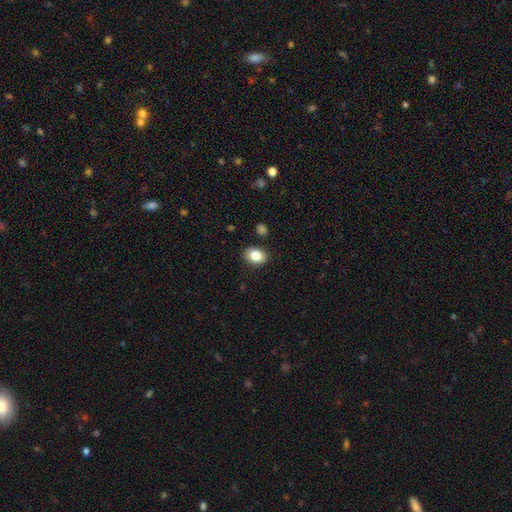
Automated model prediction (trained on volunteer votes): This is clearly a smooth galaxy (85%). How rounded: likely in between (70%). Merging: clearly none (87%).